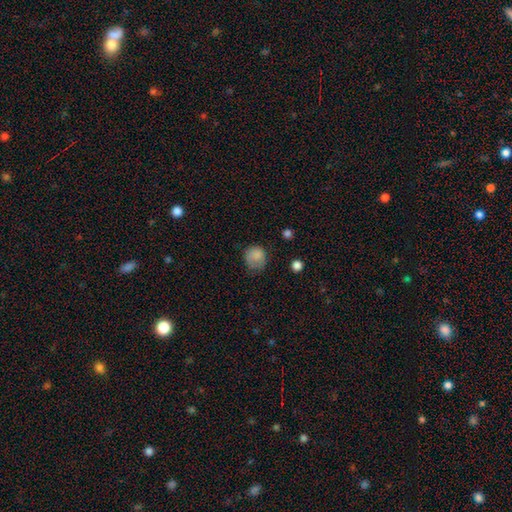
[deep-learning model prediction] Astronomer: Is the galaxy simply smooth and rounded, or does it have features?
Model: smooth — 83%.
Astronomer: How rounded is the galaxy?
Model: round — 79%.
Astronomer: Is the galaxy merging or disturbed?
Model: none — 57%.